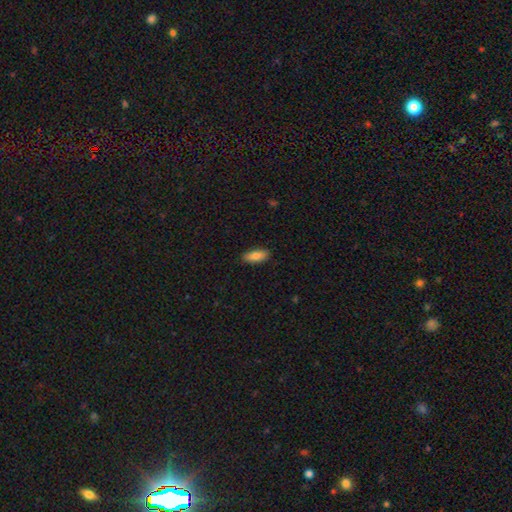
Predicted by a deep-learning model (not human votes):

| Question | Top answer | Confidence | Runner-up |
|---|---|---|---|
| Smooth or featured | smooth | 83% | featured or disk (10%) |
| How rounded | in between | 76% | cigar-shaped (22%) |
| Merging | none | 87% | minor disturbance (10%) |